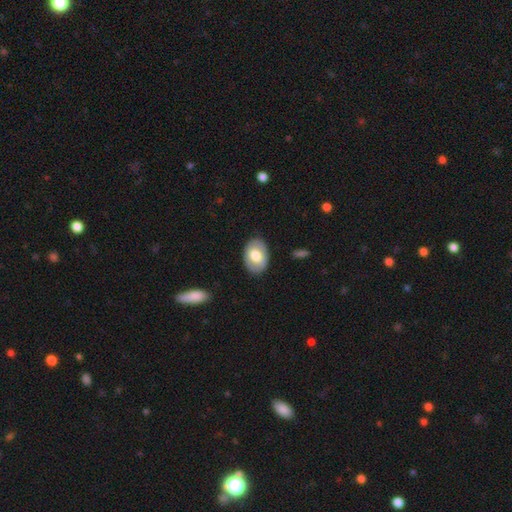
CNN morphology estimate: A smooth galaxy with no disk features (65%) that is in between round and cigar-shaped (85%). Merging: none (86%).